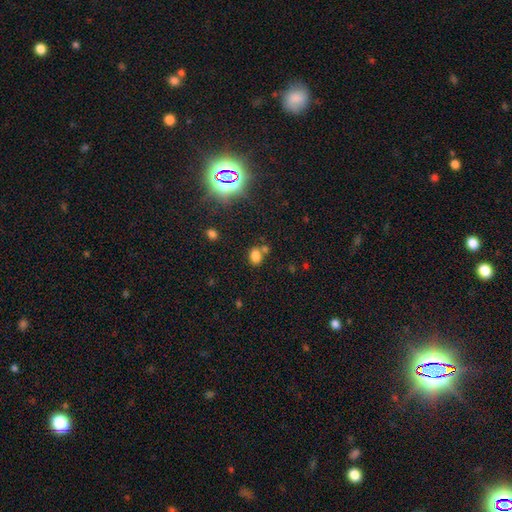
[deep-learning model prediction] Morphology: type=smooth (77%); roundness=in between (69%); merging=none (60%).